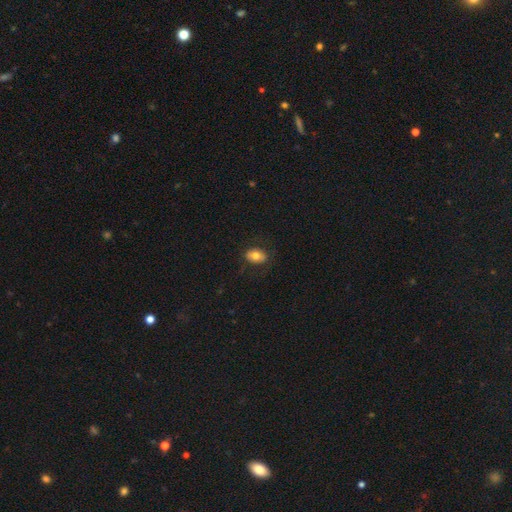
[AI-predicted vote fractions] Overall: smooth (74%). How rounded: in between (82%). Merging: none (79%).